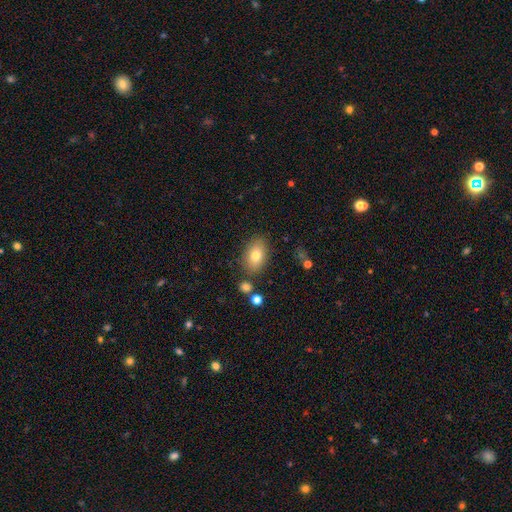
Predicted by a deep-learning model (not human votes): Smooth or featured?
  - smooth: 77% *
  - featured or disk: 14%
  - star or artifact: 9%
How rounded?
  - in between: 87% *
  - round: 11%
  - cigar-shaped: 2%
Merging?
  - none: 81% *
  - minor disturbance: 12%
  - merger: 4%
  - major disturbance: 3%